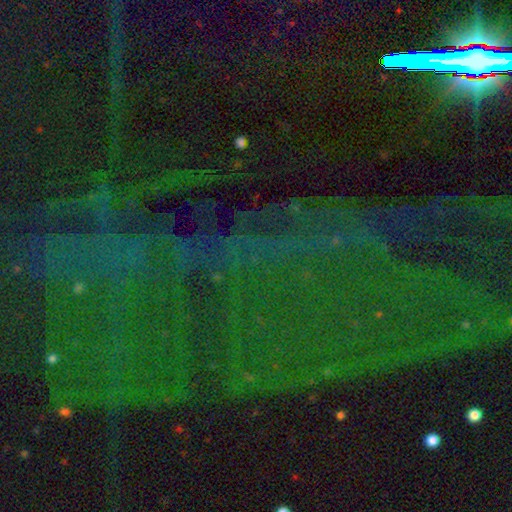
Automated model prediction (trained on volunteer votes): A star or artifact, not a galaxy (85%).